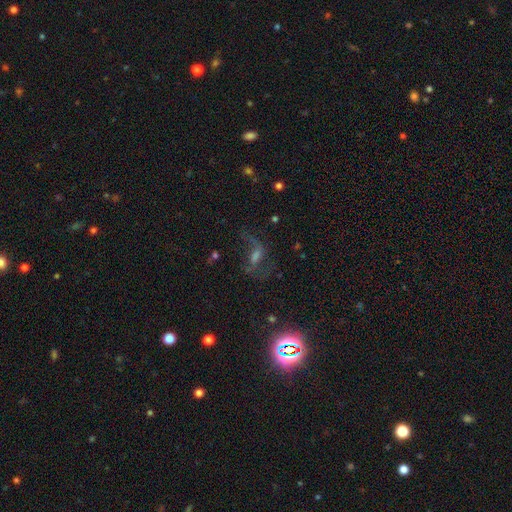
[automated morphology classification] Q: Smooth or featured?
A: featured or disk (52%); runner-up: star or artifact (30%)
Q: Edge-on disk?
A: no (90%); runner-up: yes (10%)
Q: Merging?
A: none (52%); runner-up: major disturbance (28%)